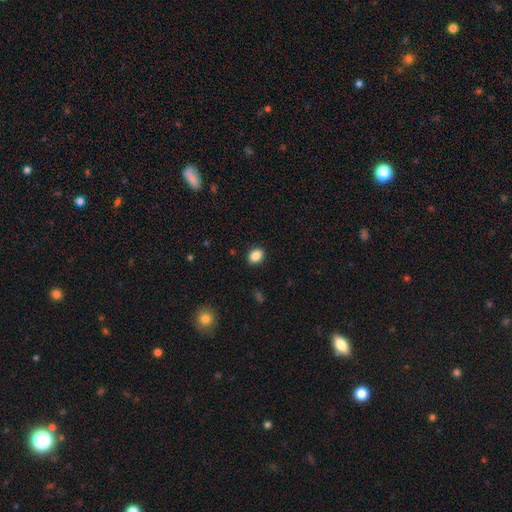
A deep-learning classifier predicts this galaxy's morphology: type=smooth (88%); roundness=in between (50%); merging=none (90%).